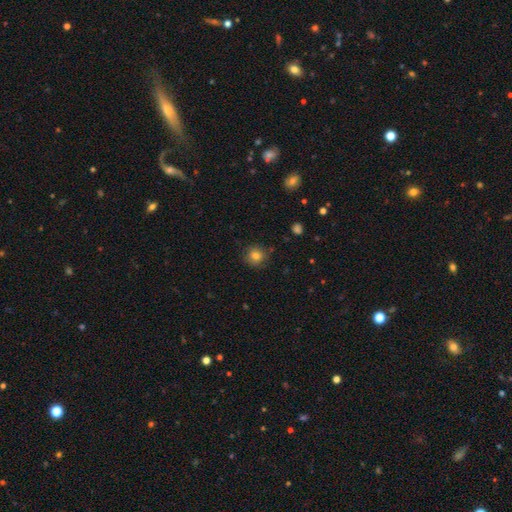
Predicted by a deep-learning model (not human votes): Q: Smooth or featured?
A: smooth (81%); runner-up: star or artifact (12%)
Q: How rounded?
A: round (91%); runner-up: in between (8%)
Q: Merging?
A: none (85%); runner-up: minor disturbance (11%)